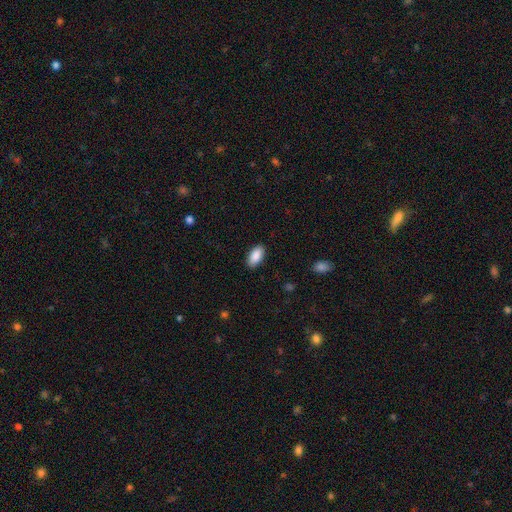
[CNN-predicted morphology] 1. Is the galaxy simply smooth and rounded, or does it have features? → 90% smooth, 6% star or artifact, 4% featured or disk.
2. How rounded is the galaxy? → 94% in between, 4% cigar-shaped, 2% round.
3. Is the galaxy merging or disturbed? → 88% none, 8% minor disturbance, 2% major disturbance, 1% merger.